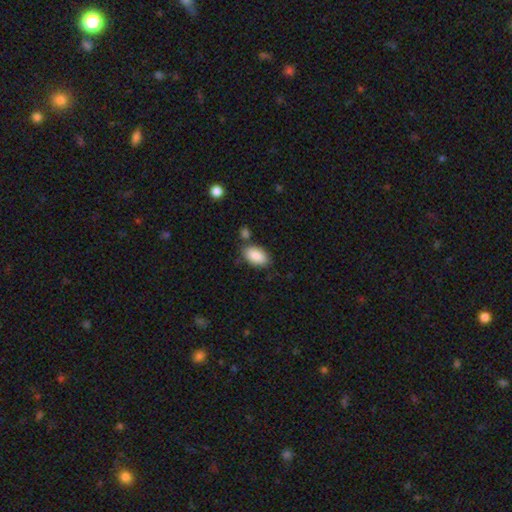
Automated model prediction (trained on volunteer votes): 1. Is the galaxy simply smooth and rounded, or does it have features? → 89% smooth, 6% star or artifact, 5% featured or disk.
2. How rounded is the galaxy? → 94% in between, 4% round, 2% cigar-shaped.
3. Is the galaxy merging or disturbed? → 74% none, 14% minor disturbance, 8% merger, 4% major disturbance.